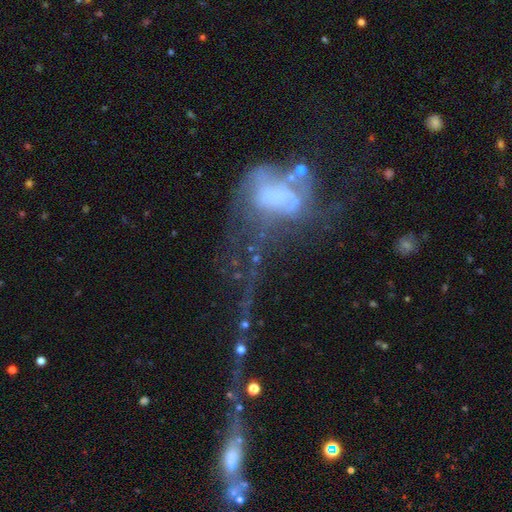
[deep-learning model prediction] Q: Smooth or featured?
A: featured or disk (52%); runner-up: smooth (29%)
Q: Edge-on disk?
A: no (92%); runner-up: yes (8%)
Q: Merging?
A: major disturbance (53%); runner-up: merger (25%)